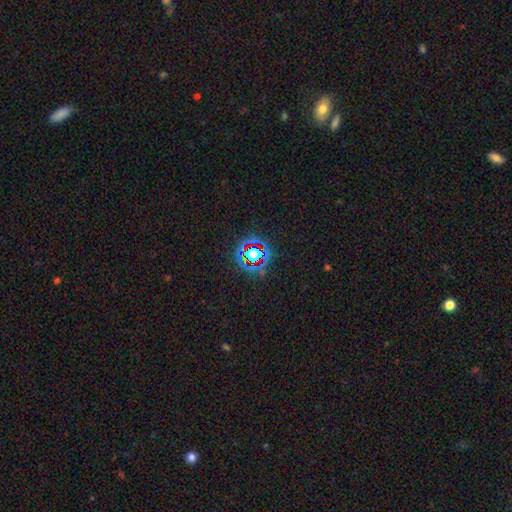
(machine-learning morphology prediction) Smooth or featured? Predicted: star or artifact (p=0.68).